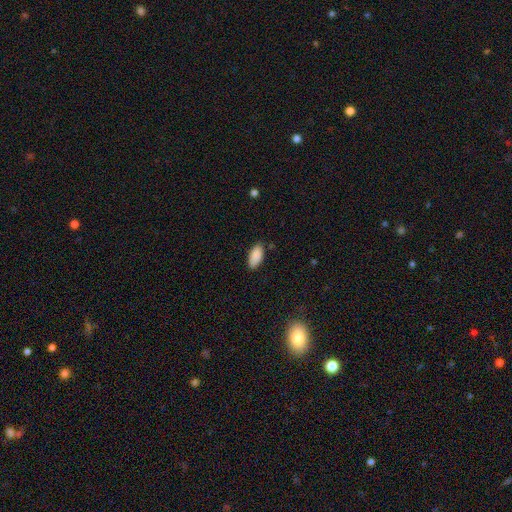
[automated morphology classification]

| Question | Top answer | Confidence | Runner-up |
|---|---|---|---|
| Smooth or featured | smooth | 89% | star or artifact (7%) |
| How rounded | in between | 91% | cigar-shaped (7%) |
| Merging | none | 82% | minor disturbance (14%) |